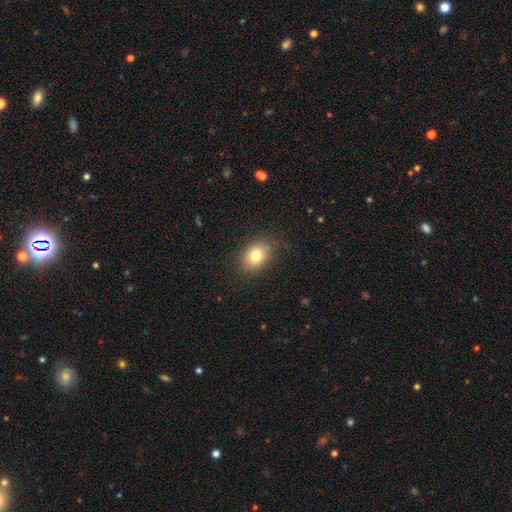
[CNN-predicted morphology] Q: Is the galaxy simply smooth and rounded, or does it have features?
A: smooth — 80%.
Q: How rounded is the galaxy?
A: in between — 69%.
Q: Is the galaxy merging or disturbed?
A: none — 82%.